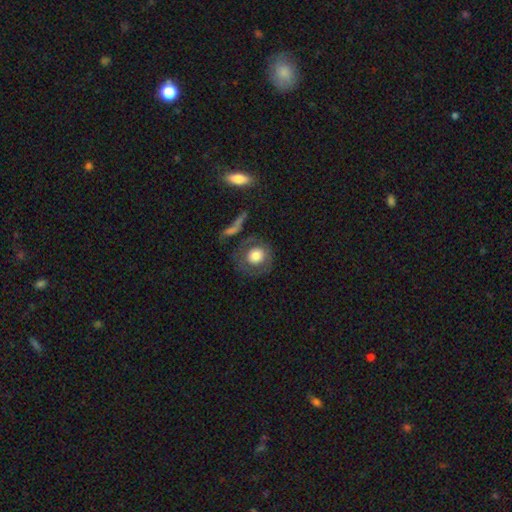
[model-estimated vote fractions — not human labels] This appears to be a smooth galaxy with no disk features (63%) that is round (86%). Merging: none (65%).